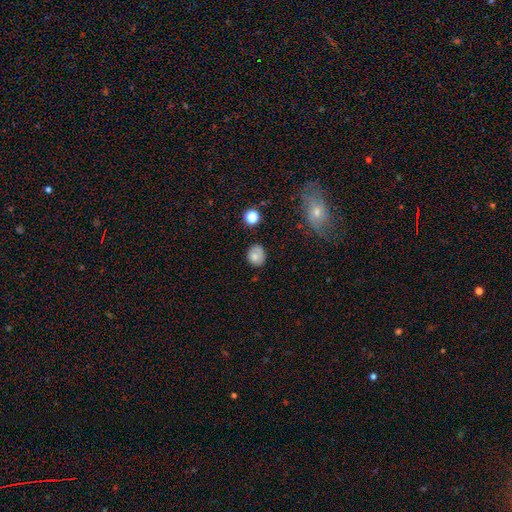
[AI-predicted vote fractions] This appears to be a smooth galaxy with no disk features (76%) that is round (58%). Merging: none (68%).